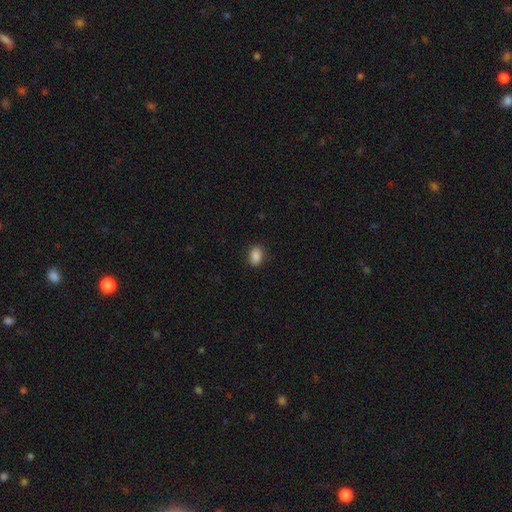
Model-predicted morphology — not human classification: Smooth or featured: smooth — 88% (star or artifact — 9%)
How rounded: in between — 78% (round — 20%)
Merging: none — 88% (minor disturbance — 9%)